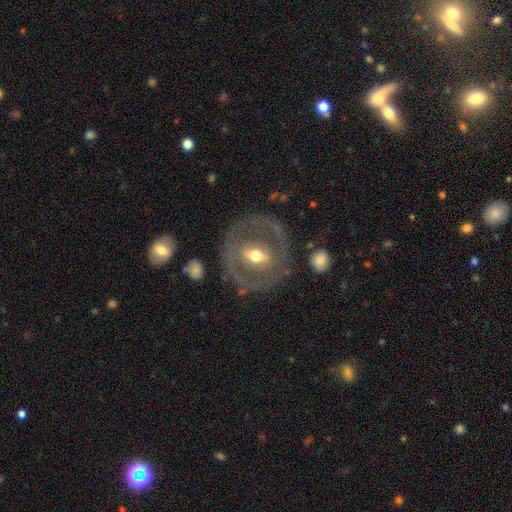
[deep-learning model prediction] featured or disk 69%, smooth 25%, star or artifact 5%. Down the decision tree: edge-on disk — no (92%); bar — strong (41%); spiral arms — no (76%); bulge size — moderate (70%); merging — none (75%).